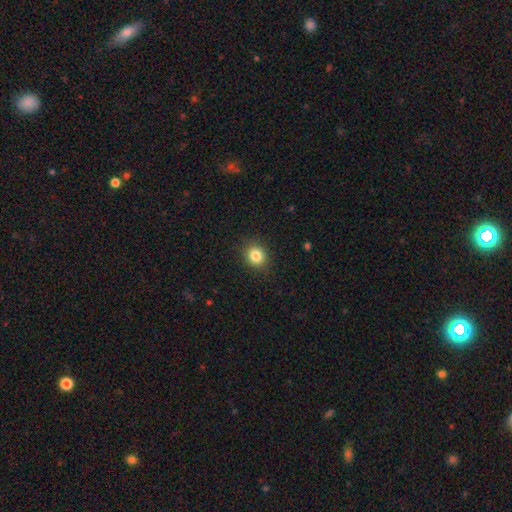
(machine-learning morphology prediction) smooth_or_featured: smooth (p=0.84) [alt: star or artifact p=0.11]
how_rounded: round (p=0.75) [alt: in between p=0.24]
merging: none (p=0.89) [alt: minor disturbance p=0.07]